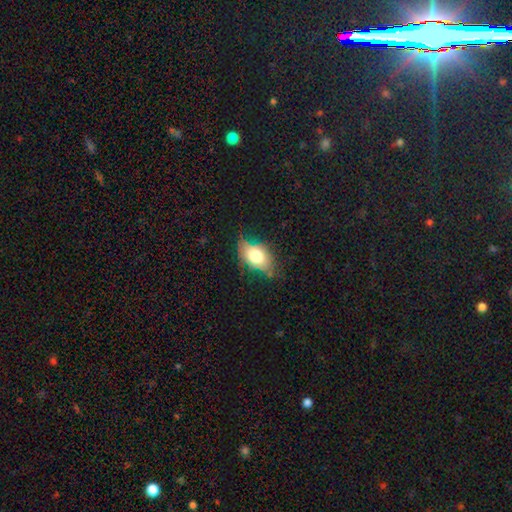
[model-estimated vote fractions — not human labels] Smooth or featured? smooth (70%)
How rounded? in between (85%)
Merging? none (63%)